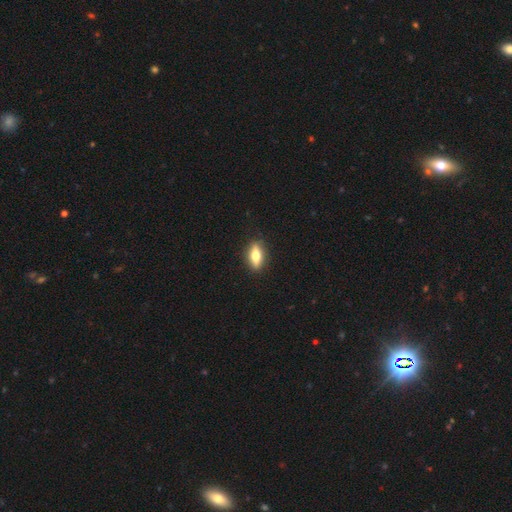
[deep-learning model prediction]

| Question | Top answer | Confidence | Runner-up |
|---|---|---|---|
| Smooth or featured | smooth | 64% | featured or disk (29%) |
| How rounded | in between | 71% | cigar-shaped (24%) |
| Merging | none | 86% | minor disturbance (10%) |